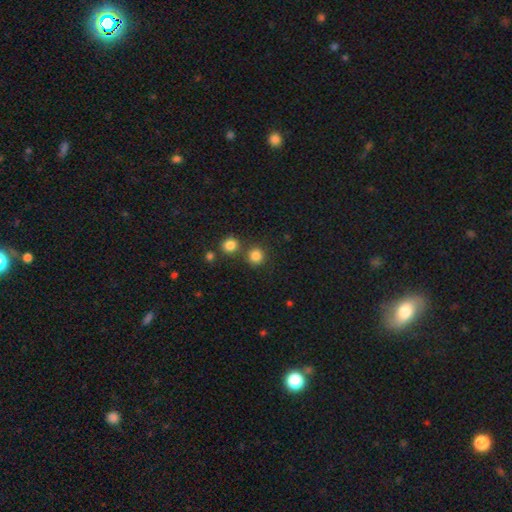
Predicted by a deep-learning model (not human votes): Q: Smooth or featured?
A: smooth (83%); runner-up: star or artifact (13%)
Q: How rounded?
A: round (90%); runner-up: in between (9%)
Q: Merging?
A: none (74%); runner-up: merger (16%)